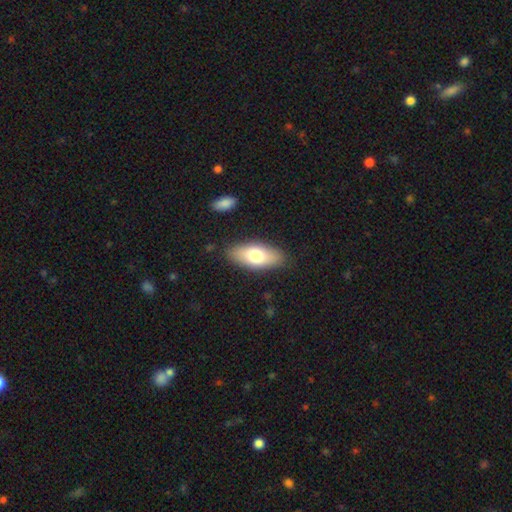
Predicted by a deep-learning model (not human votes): Morphology: type=smooth (70%); roundness=in between (83%); merging=none (85%).